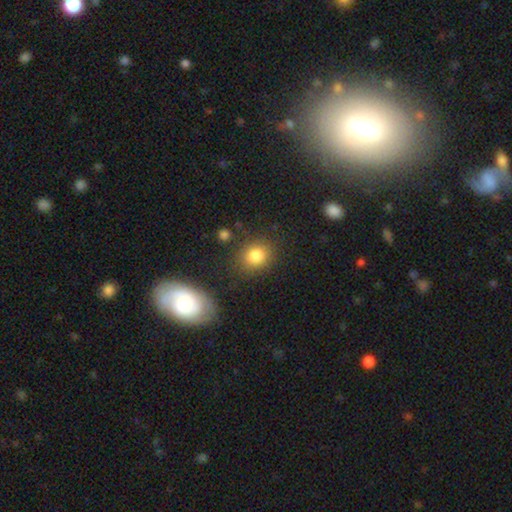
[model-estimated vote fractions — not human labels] Smooth or featured?
  - smooth: 82% *
  - star or artifact: 12%
  - featured or disk: 7%
How rounded?
  - round: 74% *
  - in between: 24%
  - cigar-shaped: 1%
Merging?
  - none: 82% *
  - minor disturbance: 10%
  - merger: 4%
  - major disturbance: 4%